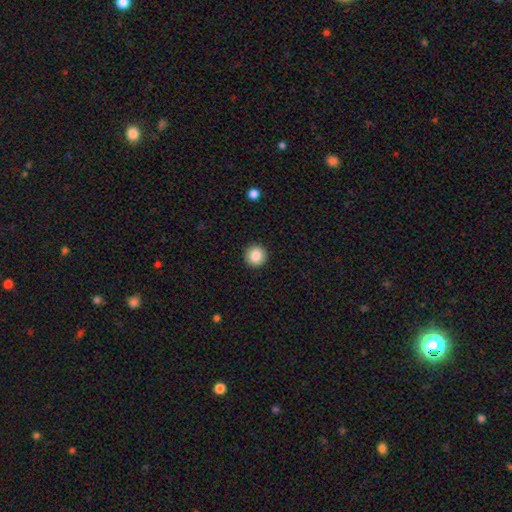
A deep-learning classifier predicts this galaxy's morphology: smooth 86%, star or artifact 9%, featured or disk 5%. Down the decision tree: how rounded — round (95%); merging — none (92%).